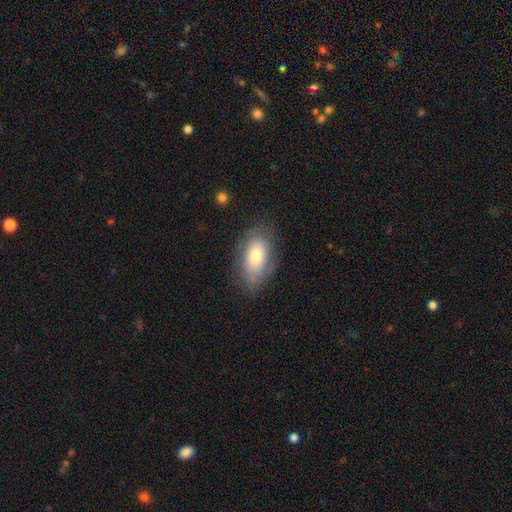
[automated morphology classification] smooth_or_featured: smooth (p=0.64) [alt: featured or disk p=0.28]
how_rounded: in between (p=0.92) [alt: round p=0.05]
merging: none (p=0.71) [alt: minor disturbance p=0.21]